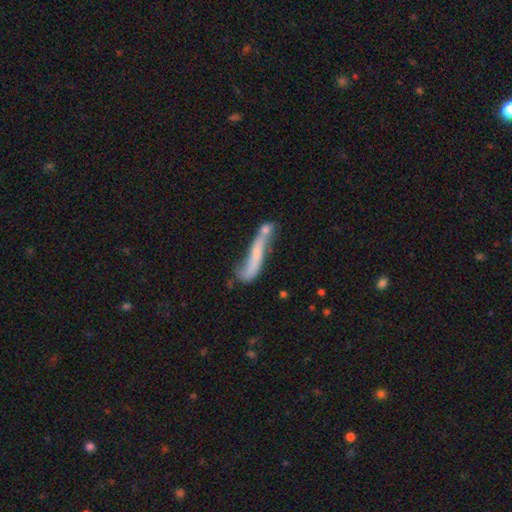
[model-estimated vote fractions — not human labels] Overall: smooth (46%, tied with featured or disk). Merging: merger (34%; none 30%).